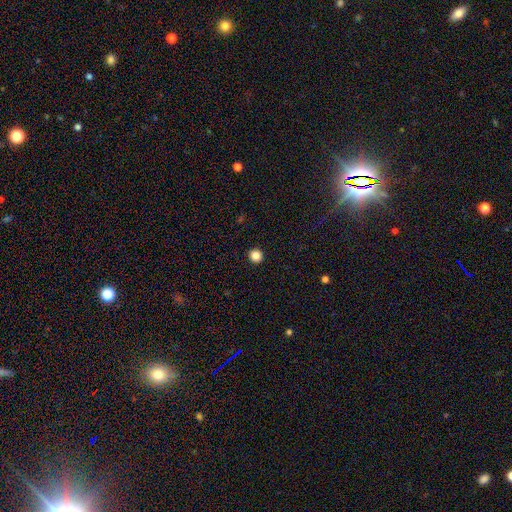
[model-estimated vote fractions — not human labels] Q: Smooth or featured?
A: smooth (86%); runner-up: star or artifact (11%)
Q: How rounded?
A: round (94%); runner-up: in between (5%)
Q: Merging?
A: none (94%); runner-up: minor disturbance (4%)